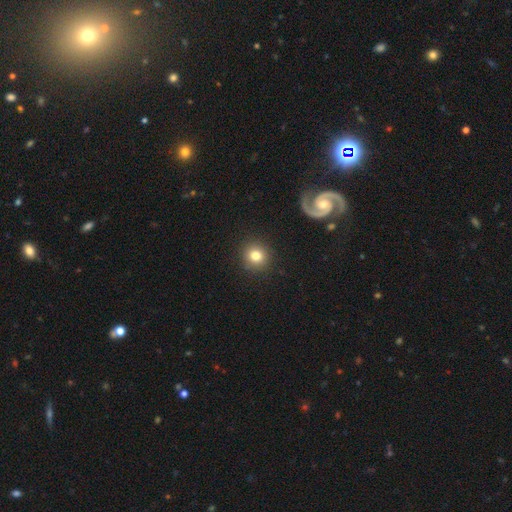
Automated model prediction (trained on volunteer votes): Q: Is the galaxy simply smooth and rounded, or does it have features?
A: smooth — 79%.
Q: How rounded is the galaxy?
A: round — 91%.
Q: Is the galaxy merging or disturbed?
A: none — 90%.